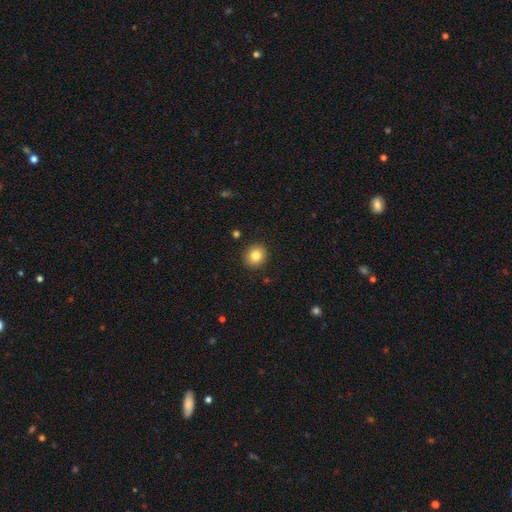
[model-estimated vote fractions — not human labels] Q: Smooth or featured?
A: smooth (82%); runner-up: star or artifact (10%)
Q: How rounded?
A: round (88%); runner-up: in between (11%)
Q: Merging?
A: none (91%); runner-up: minor disturbance (6%)